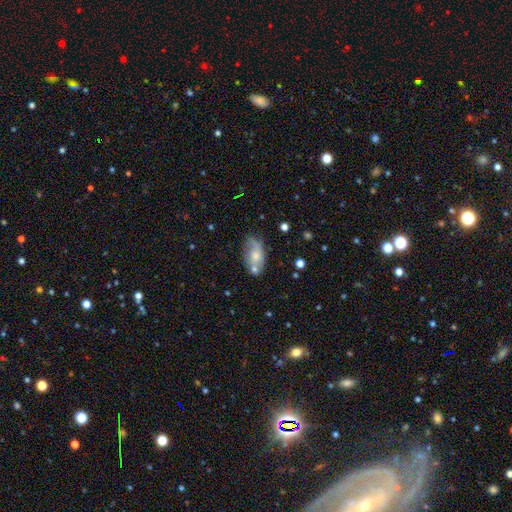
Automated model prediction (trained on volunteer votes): Smooth or featured?
  - smooth: 56% *
  - featured or disk: 36%
  - star or artifact: 8%
How rounded?
  - in between: 88% *
  - round: 6%
  - cigar-shaped: 6%
Merging?
  - none: 45% *
  - minor disturbance: 26%
  - merger: 17%
  - major disturbance: 11%